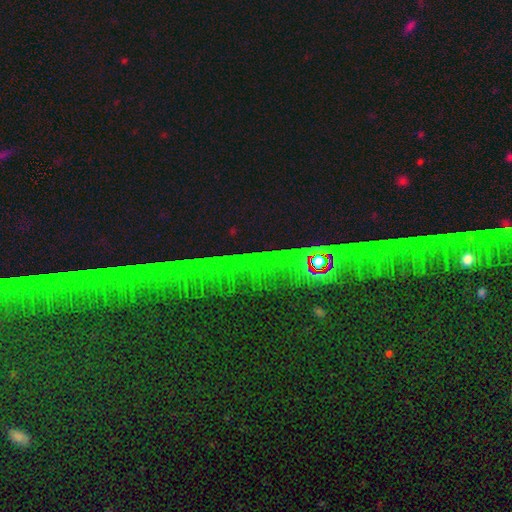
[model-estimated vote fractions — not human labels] smooth-or-featured: star or artifact: 84% | featured or disk: 9% | smooth: 7%